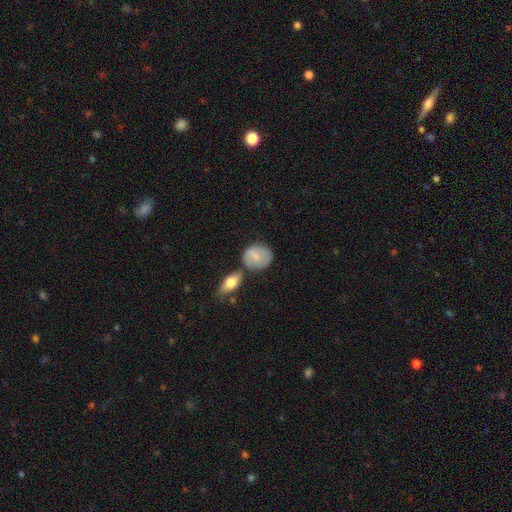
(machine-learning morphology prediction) Q: Smooth or featured?
A: smooth (74%); runner-up: featured or disk (19%)
Q: How rounded?
A: round (69%); runner-up: in between (29%)
Q: Merging?
A: none (61%); runner-up: minor disturbance (20%)